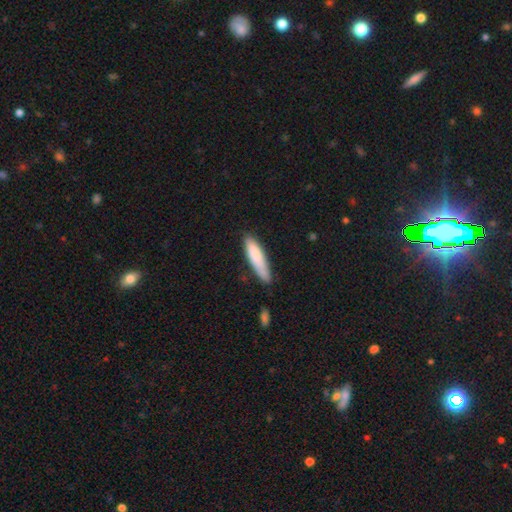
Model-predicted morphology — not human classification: Smooth or featured: smooth — 83% (featured or disk — 11%)
How rounded: cigar-shaped — 76% (in between — 23%)
Merging: none — 74% (minor disturbance — 20%)